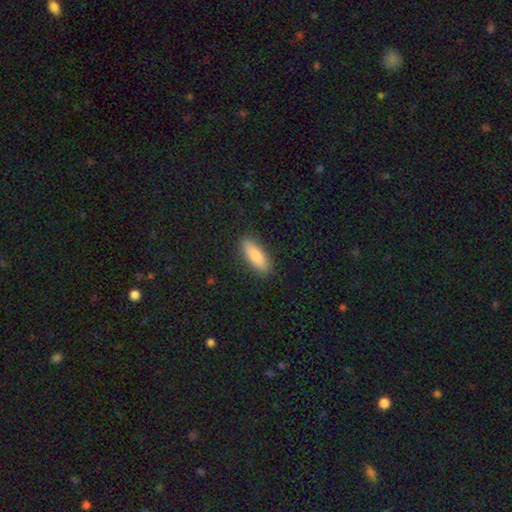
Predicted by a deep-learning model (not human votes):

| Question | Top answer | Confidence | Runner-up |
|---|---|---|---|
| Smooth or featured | smooth | 85% | featured or disk (9%) |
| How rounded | in between | 62% | cigar-shaped (36%) |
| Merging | none | 88% | minor disturbance (9%) |